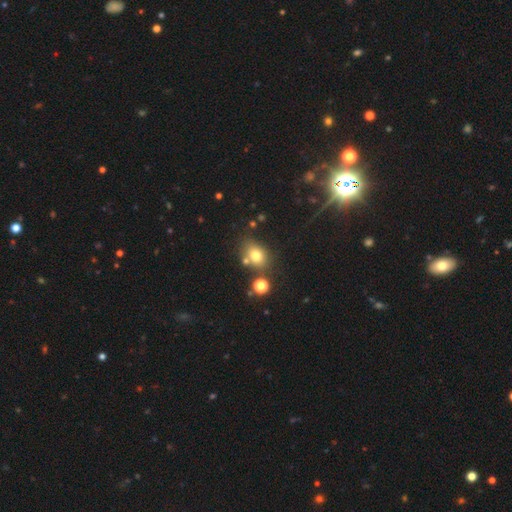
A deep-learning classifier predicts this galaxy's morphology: The model was most divided on "how rounded": in between: 57%, round: 42%, cigar-shaped: 1%. More confident: smooth or featured — smooth (75%); merging — none (65%).